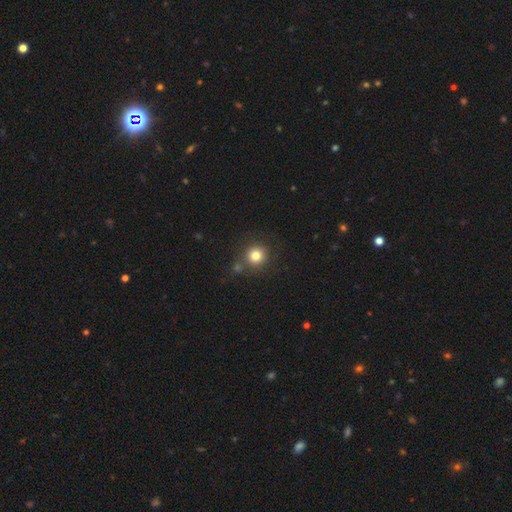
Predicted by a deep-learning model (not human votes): Morphology: type=smooth (79%); roundness=round (93%); merging=none (75%).